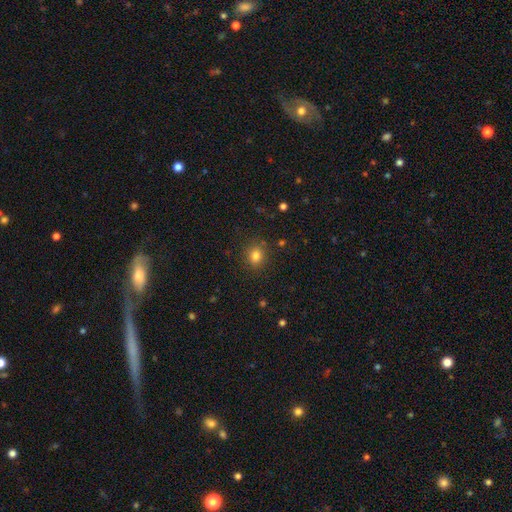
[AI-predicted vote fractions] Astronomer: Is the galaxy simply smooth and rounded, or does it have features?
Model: smooth — 81%.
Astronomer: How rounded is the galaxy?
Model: round — 68%.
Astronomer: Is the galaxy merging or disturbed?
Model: none — 85%.